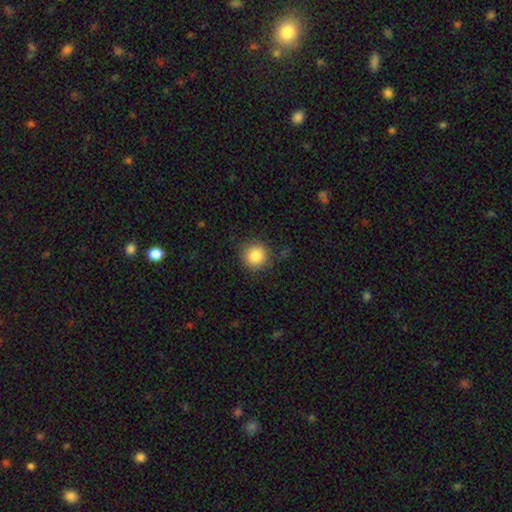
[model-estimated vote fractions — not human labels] Morphology: type=smooth (85%); roundness=round (93%); merging=none (83%).